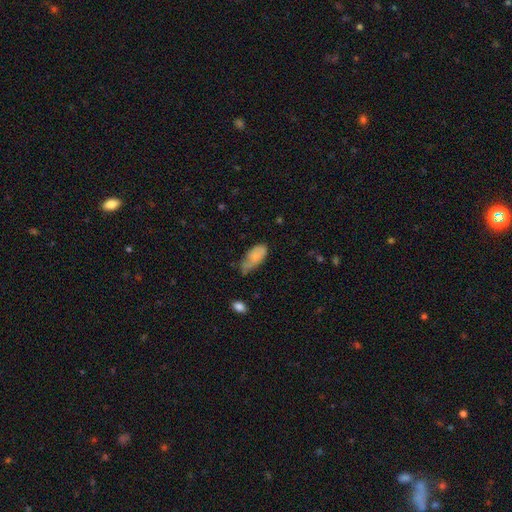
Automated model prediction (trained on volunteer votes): Morphology: type=smooth (76%); roundness=in between (87%); merging=minor disturbance (41%).